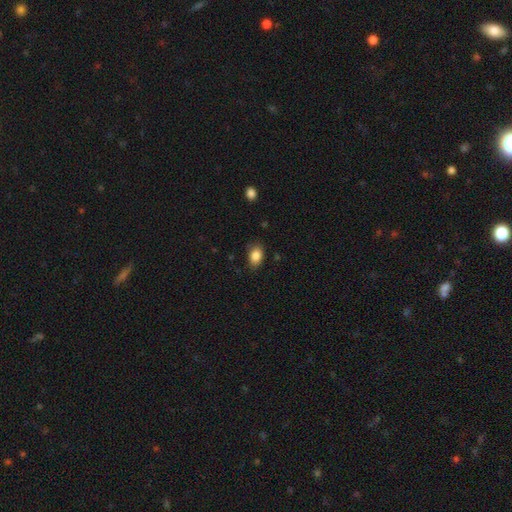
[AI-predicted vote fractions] Smooth or featured?
  - smooth: 86% *
  - star or artifact: 8%
  - featured or disk: 5%
How rounded?
  - in between: 83% *
  - round: 16%
  - cigar-shaped: 1%
Merging?
  - none: 82% *
  - minor disturbance: 14%
  - major disturbance: 3%
  - merger: 1%